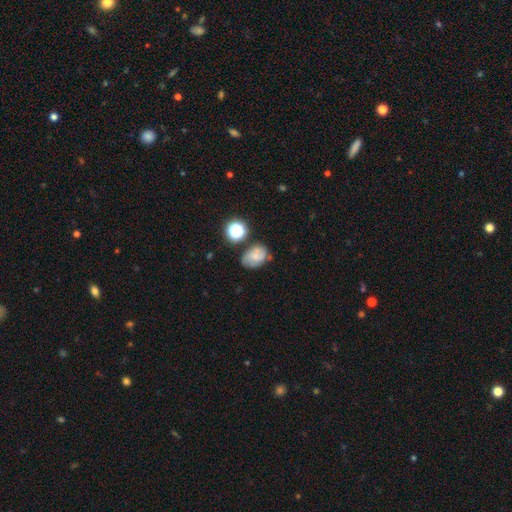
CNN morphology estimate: smooth 50%, featured or disk 36%, star or artifact 15%. Down the decision tree: merging — none (58%).